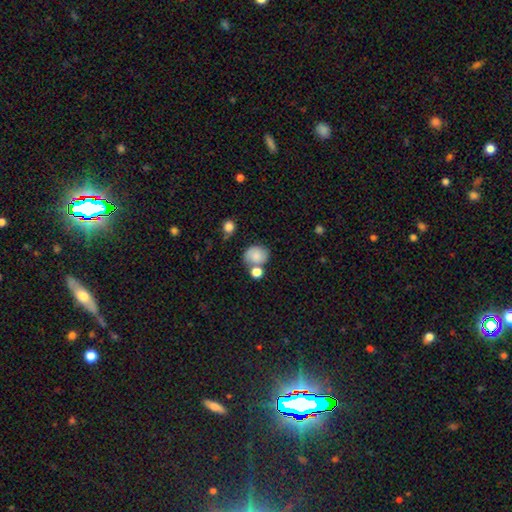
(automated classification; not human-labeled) A smooth galaxy with no disk features (75%) that is round (65%).

Vote fractions:
- Smooth or featured? smooth: 75% / featured or disk: 15% / star or artifact: 10%
- How rounded? round: 65% / in between: 34% / cigar-shaped: 1%
- Merging? none: 52% / merger: 23% / minor disturbance: 18% / major disturbance: 7%